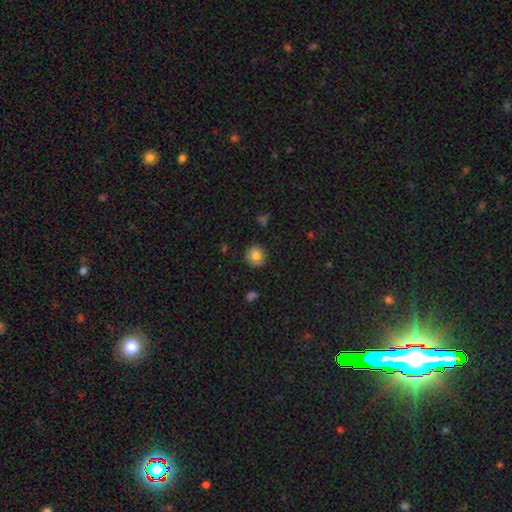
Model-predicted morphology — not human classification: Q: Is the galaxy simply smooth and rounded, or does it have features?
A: smooth — 86%.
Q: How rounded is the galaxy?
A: round — 78%.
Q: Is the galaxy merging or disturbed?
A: none — 87%.